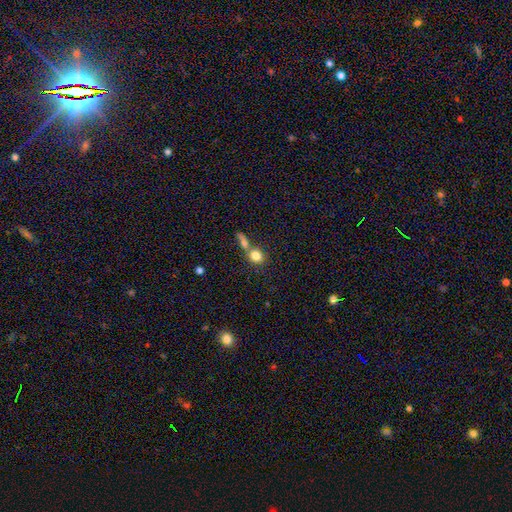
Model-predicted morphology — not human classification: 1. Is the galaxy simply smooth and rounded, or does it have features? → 79% smooth, 11% featured or disk, 10% star or artifact.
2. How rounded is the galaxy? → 72% round, 25% in between, 2% cigar-shaped.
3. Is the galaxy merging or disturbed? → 48% merger, 39% none, 8% minor disturbance, 5% major disturbance.